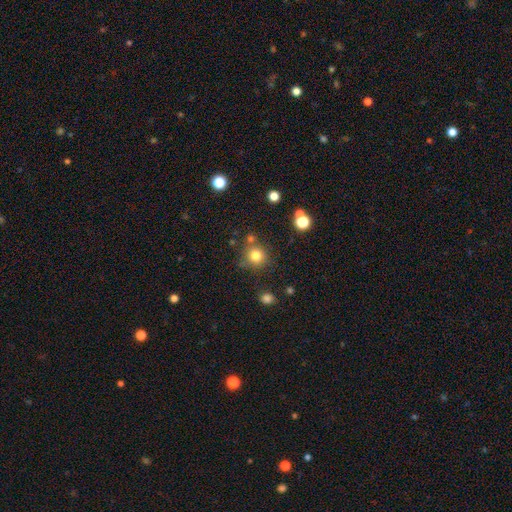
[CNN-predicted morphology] Smooth or featured?
  - smooth: 79% *
  - star or artifact: 14%
  - featured or disk: 7%
How rounded?
  - round: 92% *
  - in between: 7%
  - cigar-shaped: 1%
Merging?
  - none: 75% *
  - minor disturbance: 12%
  - merger: 9%
  - major disturbance: 4%